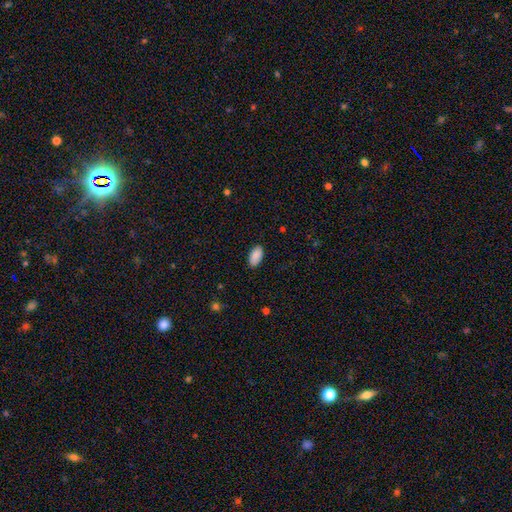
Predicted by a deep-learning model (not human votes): Smooth or featured? Predicted: smooth (p=0.90). How rounded? Predicted: in between (p=0.95). Merging? Predicted: none (p=0.87).